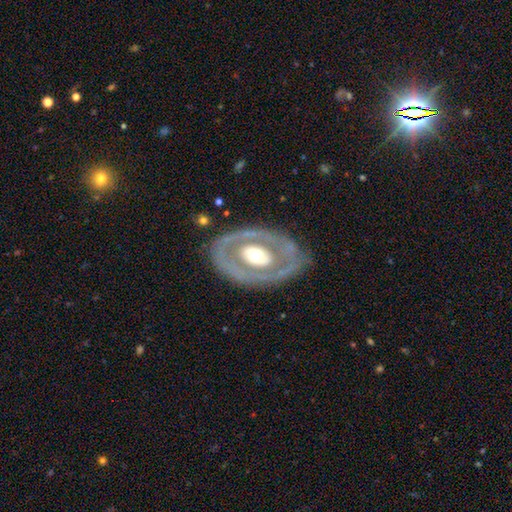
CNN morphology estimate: This appears to be a featured or disk galaxy (71%) with no bar (76%), no spiral arms (76%) and a moderate central bulge (66%). Merging: none (80%).